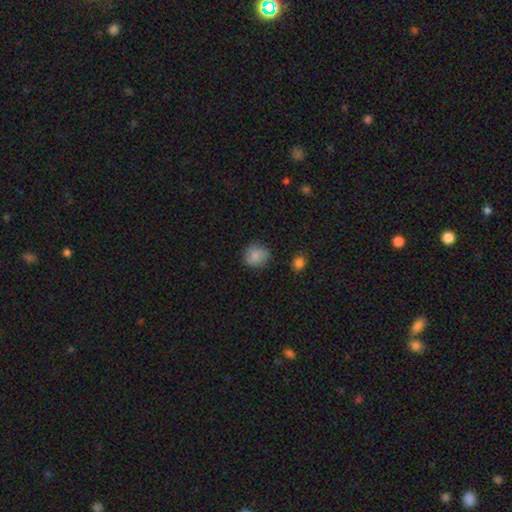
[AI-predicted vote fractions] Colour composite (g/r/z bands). It shows a smooth galaxy with no disk features (84%) that is round (83%). Merging: none (79%).